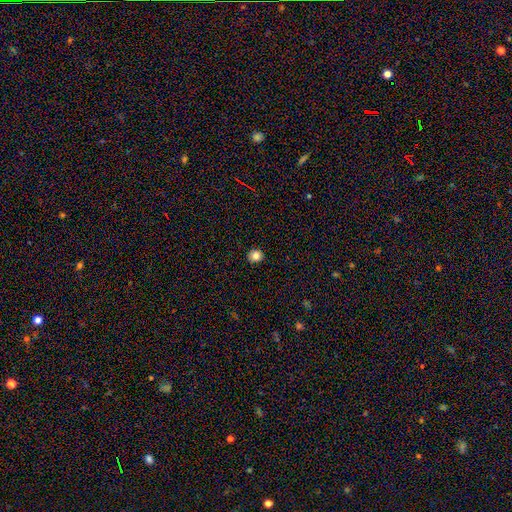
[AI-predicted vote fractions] smooth 82%, star or artifact 12%, featured or disk 6%. Down the decision tree: how rounded — round (85%); merging — none (91%).